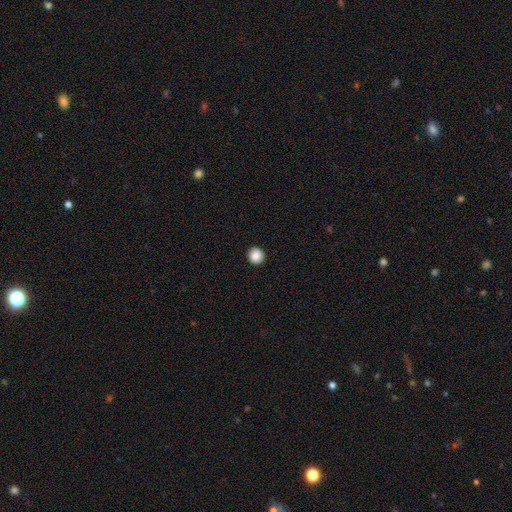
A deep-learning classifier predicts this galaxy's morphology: type=smooth (87%); roundness=round (91%); merging=none (92%).